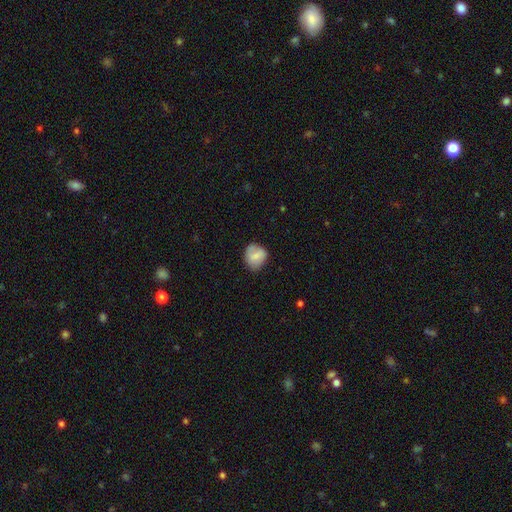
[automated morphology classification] Smooth or featured: smooth — 73% (featured or disk — 20%)
How rounded: round — 65% (in between — 34%)
Merging: none — 61% (minor disturbance — 28%)